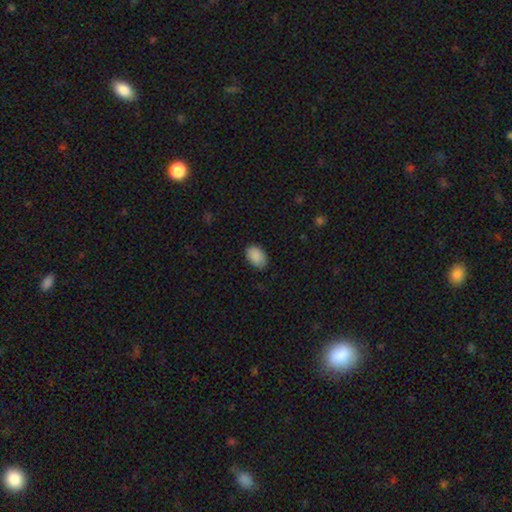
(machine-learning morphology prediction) smooth-or-featured: smooth: 90% | star or artifact: 7% | featured or disk: 3%
  how-rounded: in between: 89% | round: 10% | cigar-shaped: 1%
  merging: none: 83% | minor disturbance: 14% | major disturbance: 3% | merger: 1%